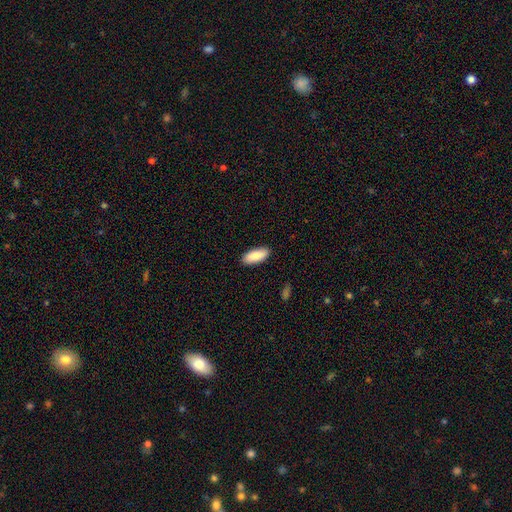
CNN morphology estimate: Overall: smooth (87%). How rounded: in between (83%). Merging: none (89%).